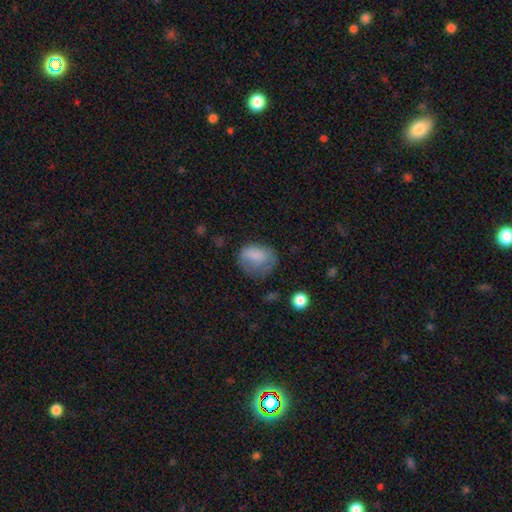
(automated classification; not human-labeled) Q: Smooth or featured?
A: smooth (77%); runner-up: featured or disk (13%)
Q: How rounded?
A: in between (53%); runner-up: round (46%)
Q: Merging?
A: none (45%); runner-up: minor disturbance (30%)